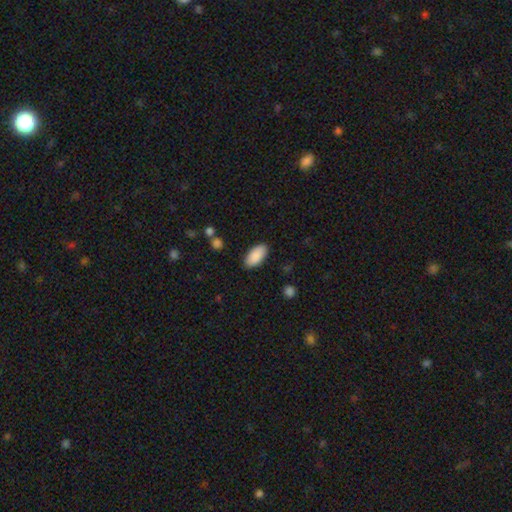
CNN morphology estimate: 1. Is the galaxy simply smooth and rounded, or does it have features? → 90% smooth, 6% star or artifact, 4% featured or disk.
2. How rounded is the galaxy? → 93% in between, 5% cigar-shaped, 2% round.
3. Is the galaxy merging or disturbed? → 87% none, 10% minor disturbance, 2% major disturbance, 1% merger.